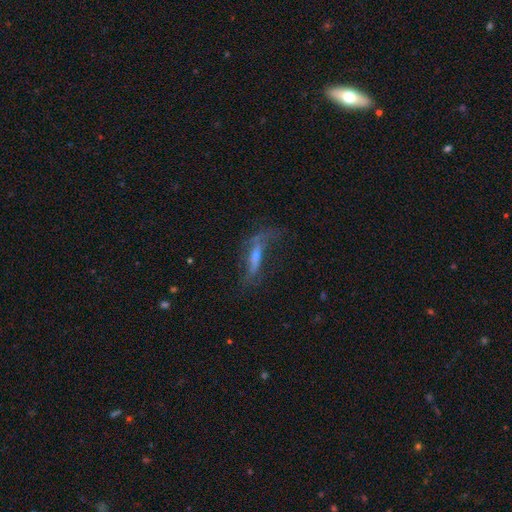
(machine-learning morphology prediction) type=featured or disk (67%); edge-on=no (59%); merging=none (44%).